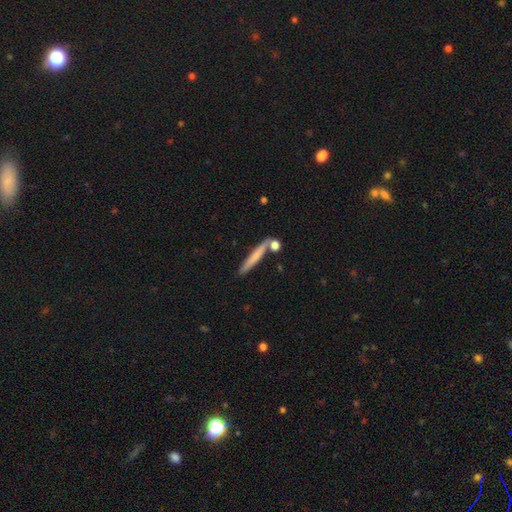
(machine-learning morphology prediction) This appears to be a smooth galaxy with no disk features (64%) that is cigar-shaped (92%). Merging: none (74%).